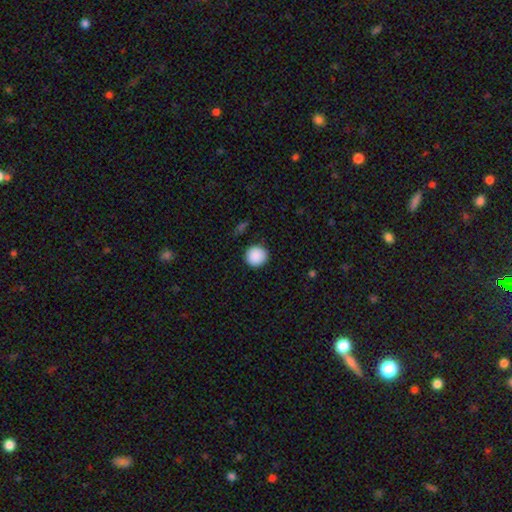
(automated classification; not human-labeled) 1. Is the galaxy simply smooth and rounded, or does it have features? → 90% smooth, 8% star or artifact, 2% featured or disk.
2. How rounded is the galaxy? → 95% round, 4% in between, 1% cigar-shaped.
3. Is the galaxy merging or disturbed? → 91% none, 6% minor disturbance, 2% major disturbance, 1% merger.